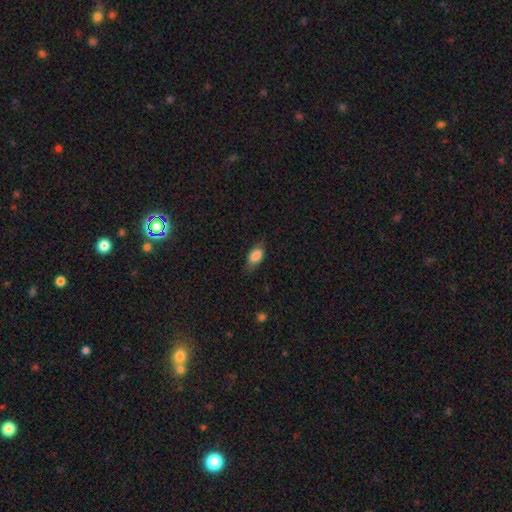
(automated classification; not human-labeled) Overall: smooth (83%). How rounded: in between (88%). Merging: none (71%).